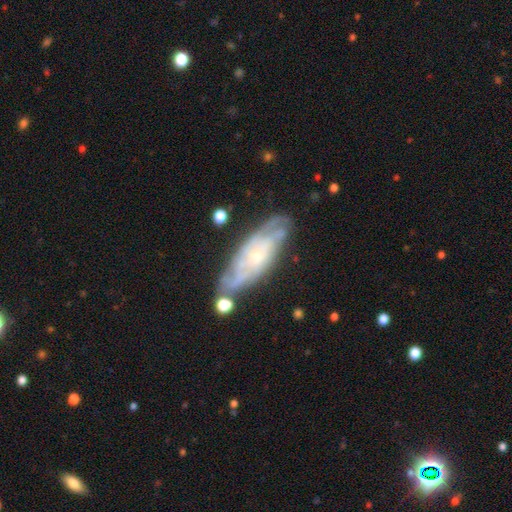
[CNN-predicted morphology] A featured or disk galaxy (77%) with no bar (70%), tight (59%) spiral arms (90%) and a small central bulge (69%).

Vote fractions:
- Smooth or featured? featured or disk: 77% / smooth: 17% / star or artifact: 6%
- Edge-on disk? no: 82% / yes: 18%
- Bar? no: 70% / weak: 25% / strong: 5%
- Spiral arms? yes: 90% / no: 10%
- Spiral winding? tight: 59% / medium: 32% / loose: 9%
- Spiral arm count? can't tell: 50% / 2: 20% / 3: 14% / 4: 9% / more than 4: 4% / 1: 4%
- Bulge size? small: 69% / moderate: 25% / none: 4% / large: 2% / dominant: 1%
- Merging? none: 68% / minor disturbance: 20% / major disturbance: 7% / merger: 6%